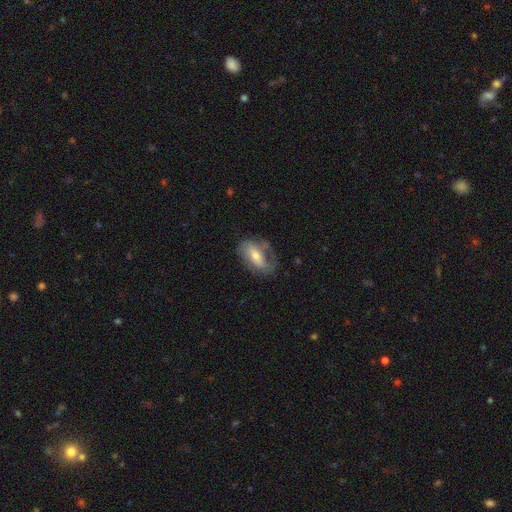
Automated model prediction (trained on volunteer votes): Smooth or featured? Predicted: featured or disk (p=0.52). Edge-on disk? Predicted: no (p=0.88). Merging? Predicted: none (p=0.58).